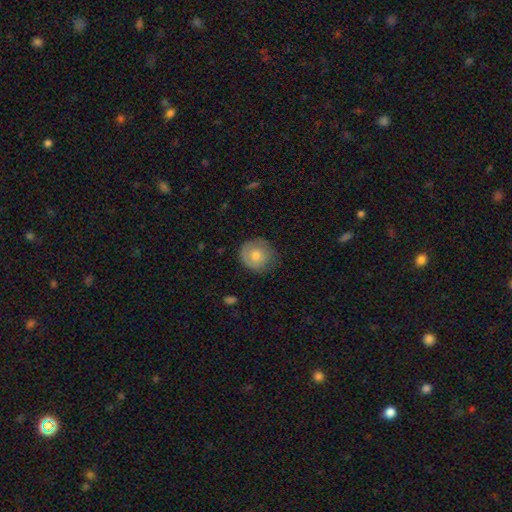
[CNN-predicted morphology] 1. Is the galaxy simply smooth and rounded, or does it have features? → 68% smooth, 25% featured or disk, 7% star or artifact.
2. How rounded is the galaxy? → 89% round, 10% in between, 1% cigar-shaped.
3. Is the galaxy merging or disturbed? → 74% none, 20% minor disturbance, 5% major disturbance, 1% merger.